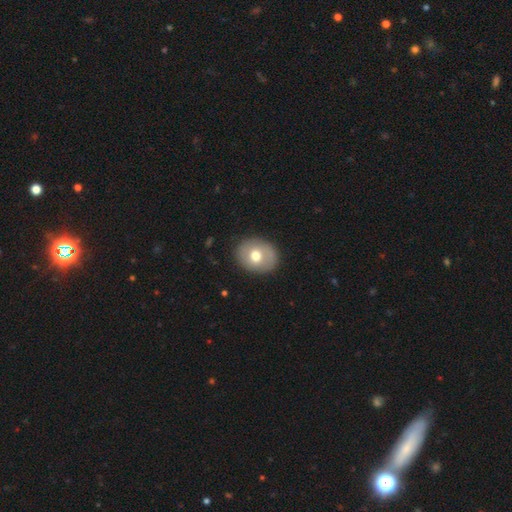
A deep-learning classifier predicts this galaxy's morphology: smooth_or_featured: smooth (p=0.65) [alt: featured or disk p=0.28]
how_rounded: round (p=0.51) [alt: in between p=0.48]
merging: none (p=0.86) [alt: minor disturbance p=0.10]